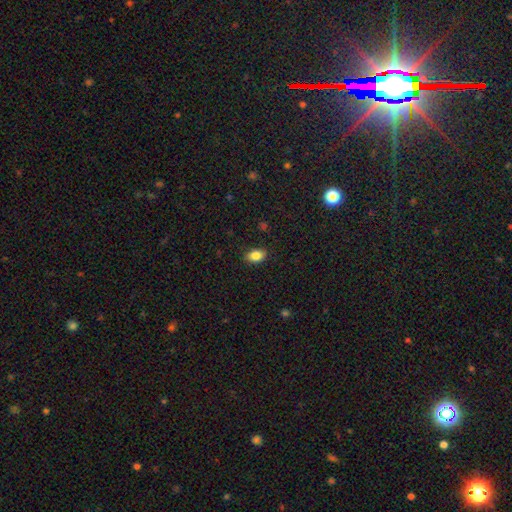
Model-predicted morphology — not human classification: Smooth or featured? smooth (86%)
How rounded? in between (86%)
Merging? none (87%)